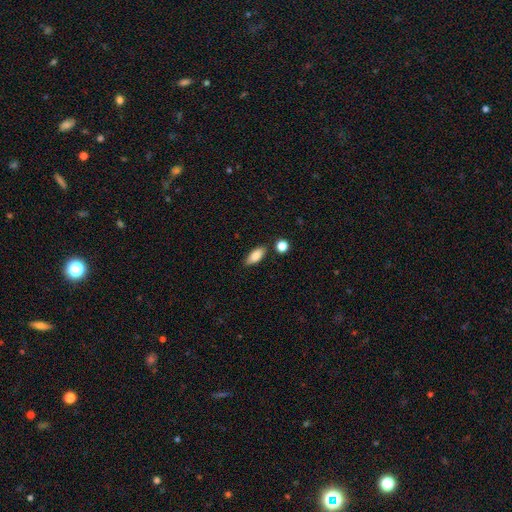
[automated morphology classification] The model was most divided on "merging": none: 78%, minor disturbance: 14%, merger: 5%, major disturbance: 3%. More confident: smooth or featured — smooth (84%); how rounded — in between (83%).